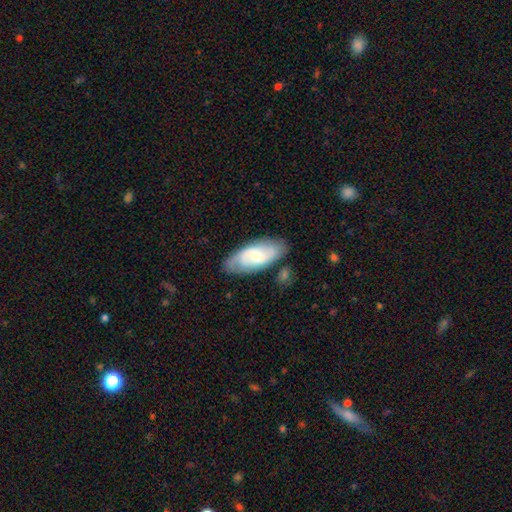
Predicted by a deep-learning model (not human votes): smooth_or_featured: featured or disk (p=0.53) [alt: smooth p=0.41]
disk_edge_on: no (p=0.91) [alt: yes p=0.09]
merging: none (p=0.77) [alt: minor disturbance p=0.16]